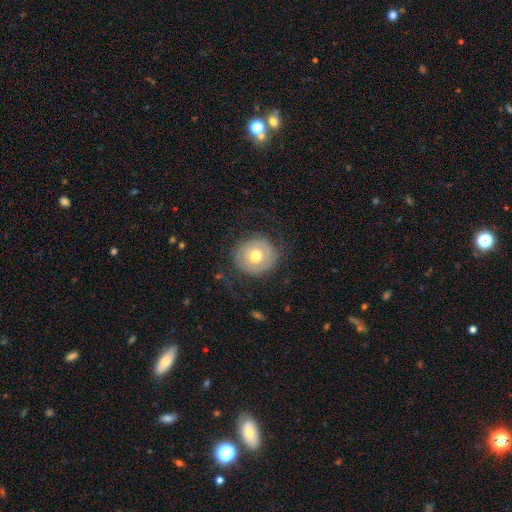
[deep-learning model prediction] Morphology: type=smooth (56%); roundness=round (87%); merging=none (72%).